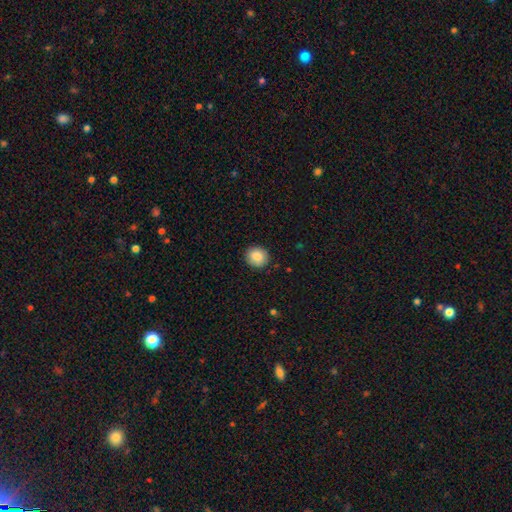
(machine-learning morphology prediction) A smooth galaxy with no disk features (87%) that is round (84%).

Vote fractions:
- Smooth or featured? smooth: 87% / star or artifact: 8% / featured or disk: 5%
- How rounded? round: 84% / in between: 15% / cigar-shaped: 1%
- Merging? none: 89% / minor disturbance: 8% / major disturbance: 2% / merger: 1%